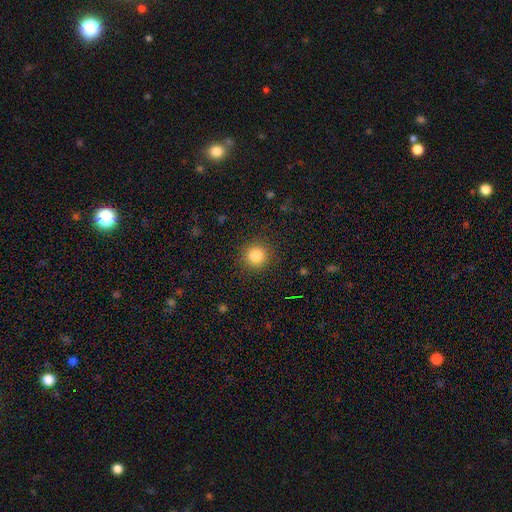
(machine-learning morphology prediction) Overall: smooth (85%). How rounded: round (93%). Merging: none (90%).